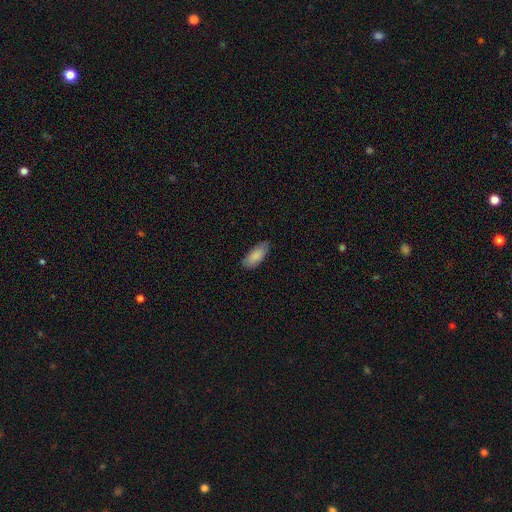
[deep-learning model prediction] A smooth galaxy with no disk features (86%) that is in between round and cigar-shaped (83%).

Vote fractions:
- Smooth or featured? smooth: 86% / featured or disk: 9% / star or artifact: 6%
- How rounded? in between: 83% / cigar-shaped: 15% / round: 2%
- Merging? none: 80% / minor disturbance: 16% / major disturbance: 3% / merger: 1%